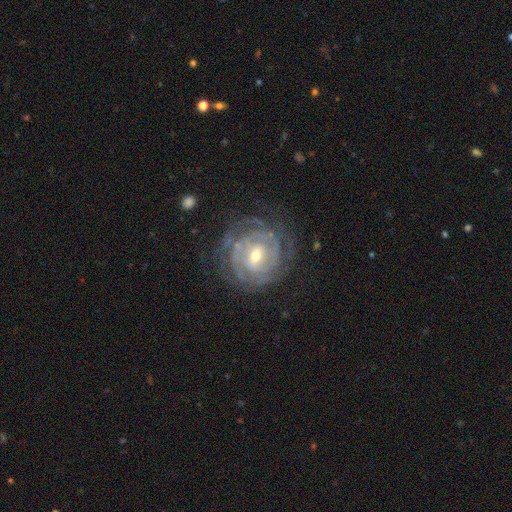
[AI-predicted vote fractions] This is clearly a featured or disk galaxy (86%). It is clearly not viewed edge-on (97%). Bar: possibly weak (49%). Spiral arm pattern: clearly yes (92%). Spiral arm count: marginally can't tell (42%). Spiral winding: likely tight (78%). Central bulge: possibly moderate (51%). Merging: likely none (73%).